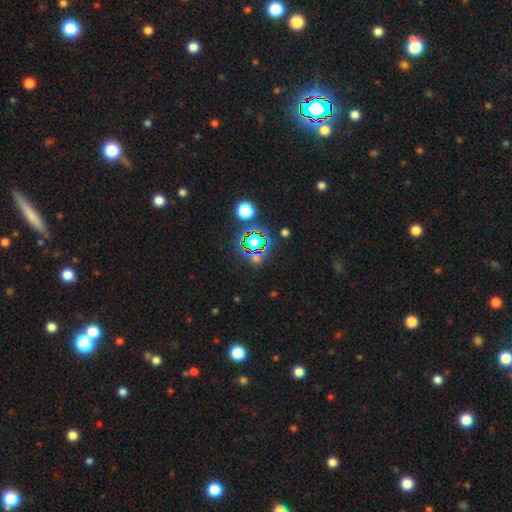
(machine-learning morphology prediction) smooth-or-featured: star or artifact: 75% | smooth: 17% | featured or disk: 9%